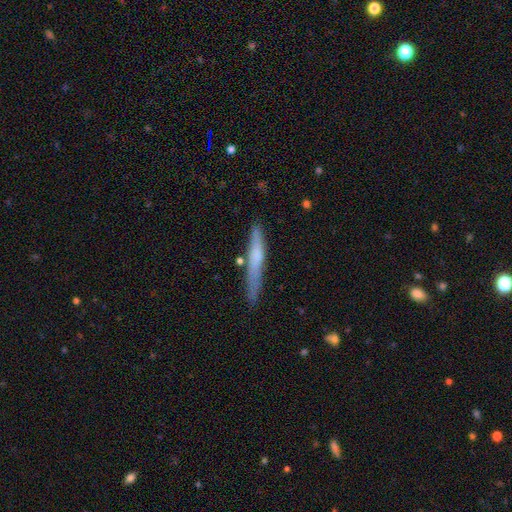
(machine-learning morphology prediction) smooth 56%, featured or disk 38%, star or artifact 7%. Down the decision tree: how rounded — cigar-shaped (95%); merging — none (79%).